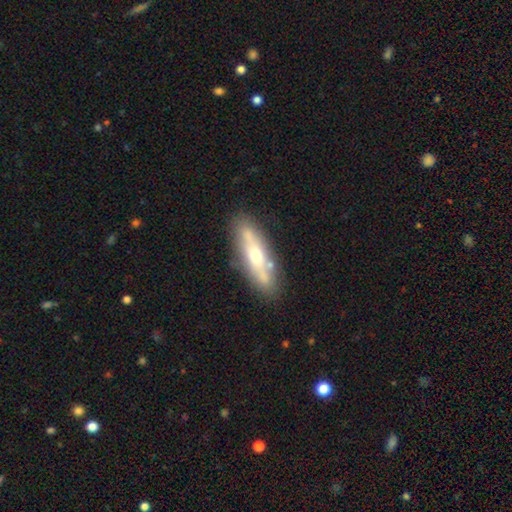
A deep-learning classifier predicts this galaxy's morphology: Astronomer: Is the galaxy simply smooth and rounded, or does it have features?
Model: featured or disk — 54% (runner-up: smooth, 40%).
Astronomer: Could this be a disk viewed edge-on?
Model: yes — 59% (runner-up: no, 41%).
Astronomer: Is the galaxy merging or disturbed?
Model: none — 77%.